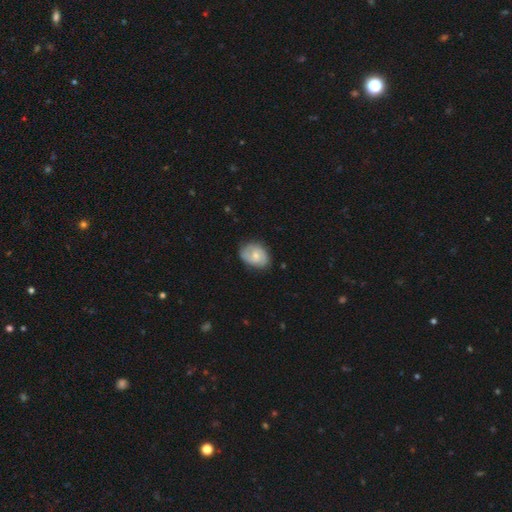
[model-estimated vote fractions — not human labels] Smooth or featured? Predicted: smooth (p=0.47, tied with featured or disk). Merging? Predicted: none (p=0.74).